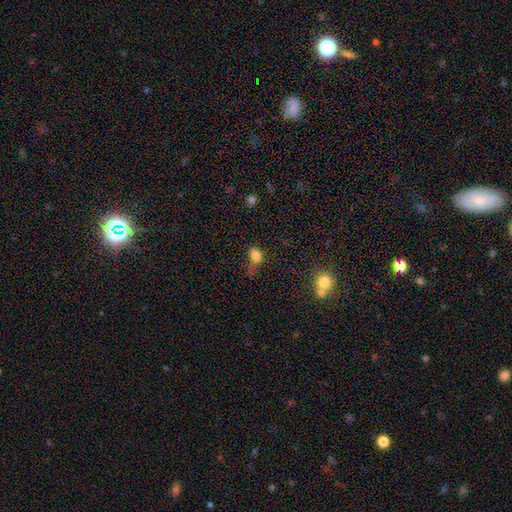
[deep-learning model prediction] A smooth galaxy with no disk features (76%) that is in between round and cigar-shaped (68%). Merging: major disturbance (31%, tied with minor disturbance).